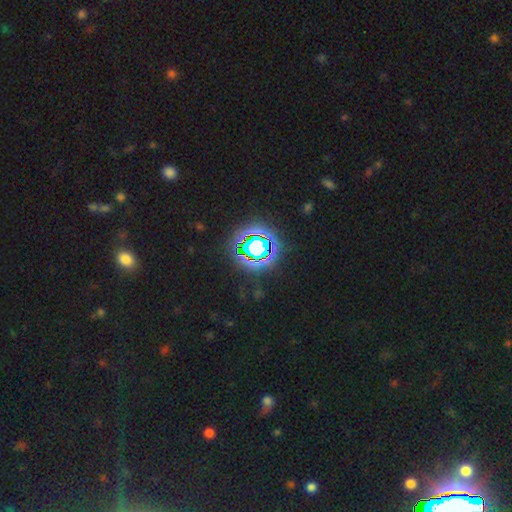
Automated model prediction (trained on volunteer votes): star or artifact 70%, smooth 18%, featured or disk 12%.